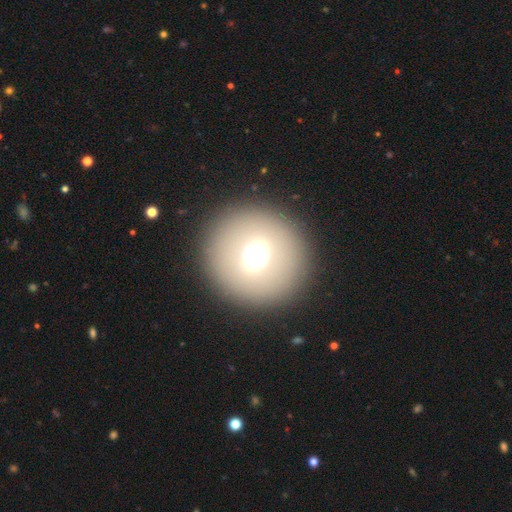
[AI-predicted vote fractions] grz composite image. It shows a smooth galaxy with no disk features (60%) that is round (93%). Merging: none (87%).